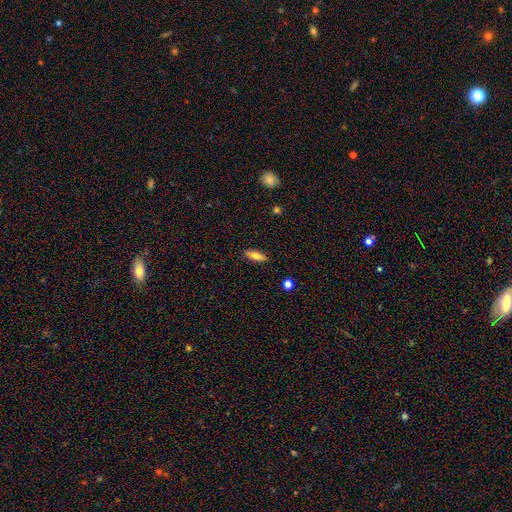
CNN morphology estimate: Smooth or featured?
  - smooth: 77% *
  - featured or disk: 16%
  - star or artifact: 7%
How rounded?
  - in between: 53% *
  - cigar-shaped: 45%
  - round: 2%
Merging?
  - none: 87% *
  - minor disturbance: 10%
  - major disturbance: 2%
  - merger: 1%